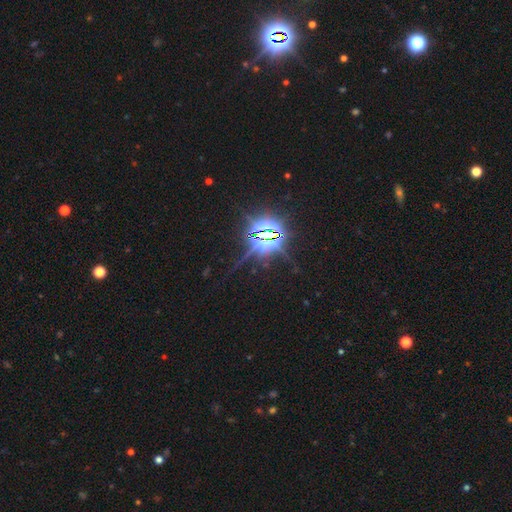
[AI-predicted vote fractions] A star or artifact, not a galaxy (86%).